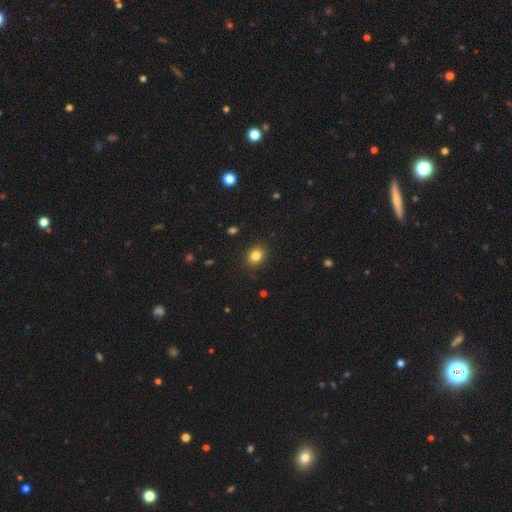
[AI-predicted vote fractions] Smooth or featured: smooth — 82% (star or artifact — 12%)
How rounded: round — 60% (in between — 39%)
Merging: none — 89% (minor disturbance — 8%)